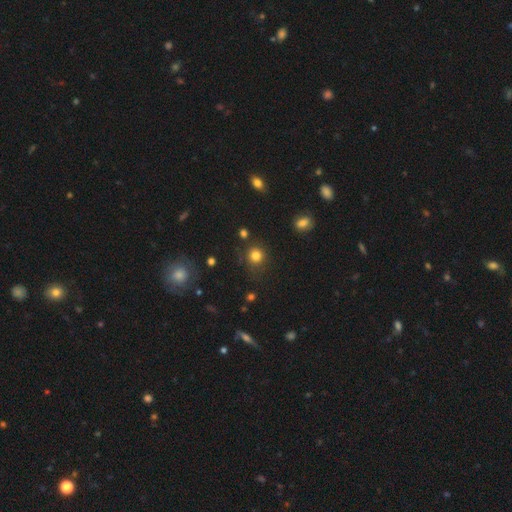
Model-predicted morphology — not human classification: Q: Smooth or featured?
A: smooth (80%); runner-up: star or artifact (14%)
Q: How rounded?
A: round (89%); runner-up: in between (10%)
Q: Merging?
A: none (79%); runner-up: minor disturbance (12%)